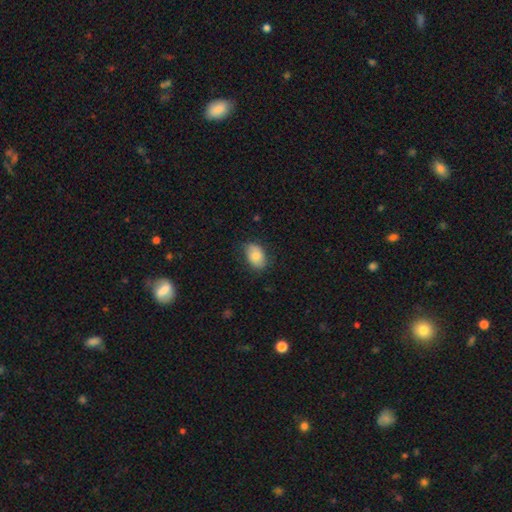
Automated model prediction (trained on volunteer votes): Q: Smooth or featured?
A: smooth (80%); runner-up: featured or disk (13%)
Q: How rounded?
A: in between (85%); runner-up: round (14%)
Q: Merging?
A: none (75%); runner-up: minor disturbance (20%)